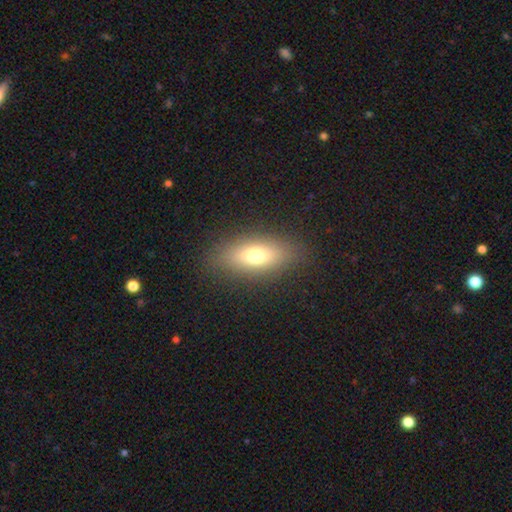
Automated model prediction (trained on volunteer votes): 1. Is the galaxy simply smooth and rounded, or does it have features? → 70% smooth, 20% featured or disk, 10% star or artifact.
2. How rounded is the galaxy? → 77% in between, 16% cigar-shaped, 7% round.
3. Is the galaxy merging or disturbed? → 86% none, 9% minor disturbance, 4% major disturbance, 1% merger.